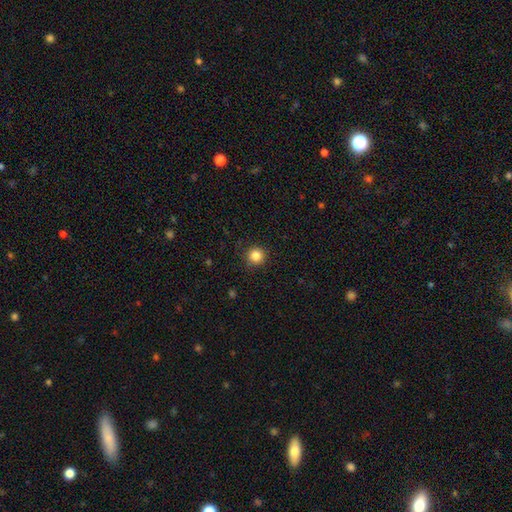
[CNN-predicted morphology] smooth-or-featured: smooth: 84% | star or artifact: 11% | featured or disk: 4%
  how-rounded: round: 94% | in between: 5% | cigar-shaped: 1%
  merging: none: 90% | minor disturbance: 7% | major disturbance: 2% | merger: 1%